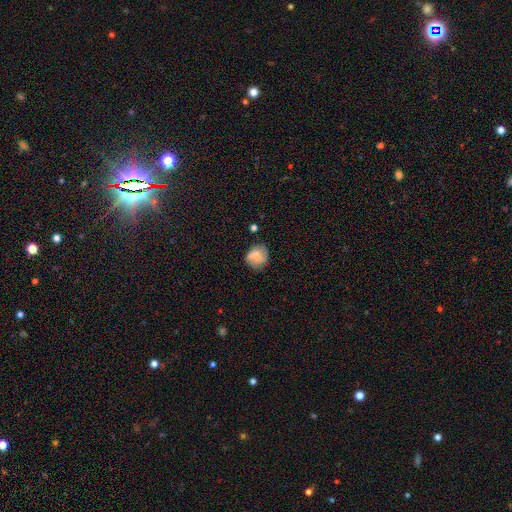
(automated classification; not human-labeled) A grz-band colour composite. It shows a smooth galaxy with no disk features (66%) that is round (75%). Merging: none (63%).